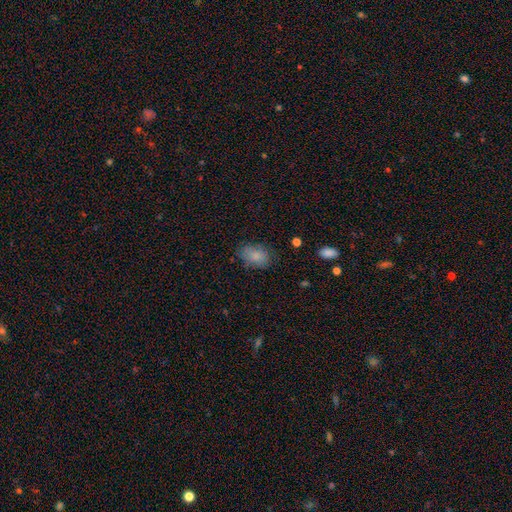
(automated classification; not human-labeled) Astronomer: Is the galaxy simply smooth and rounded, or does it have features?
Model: smooth — 83%.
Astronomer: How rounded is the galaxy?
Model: in between — 84%.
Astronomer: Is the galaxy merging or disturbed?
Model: none — 73%.